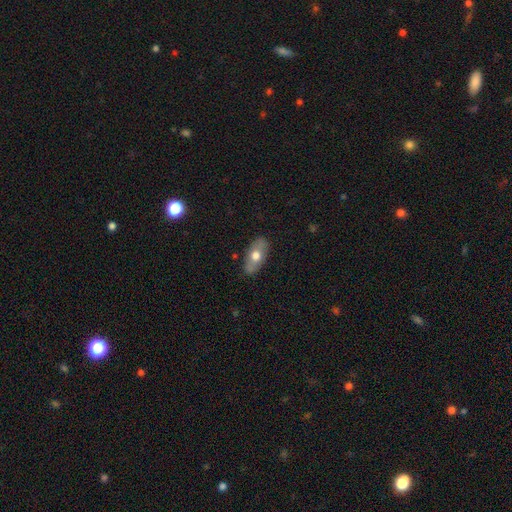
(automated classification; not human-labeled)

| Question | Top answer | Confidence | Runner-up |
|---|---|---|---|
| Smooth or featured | smooth | 62% | featured or disk (32%) |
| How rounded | in between | 88% | cigar-shaped (7%) |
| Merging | none | 83% | minor disturbance (13%) |